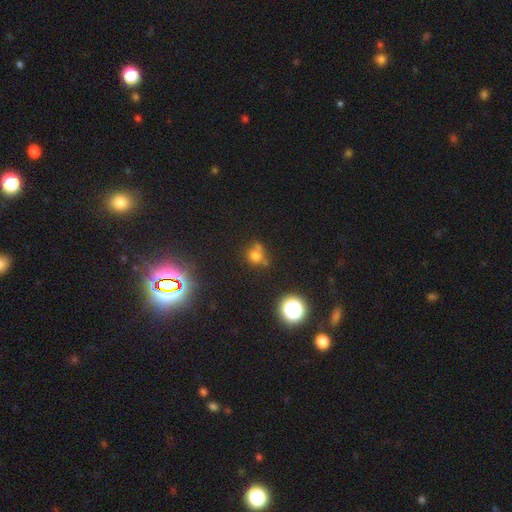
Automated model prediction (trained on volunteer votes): Smooth or featured? smooth (66%)
How rounded? round (80%)
Merging? none (55%)